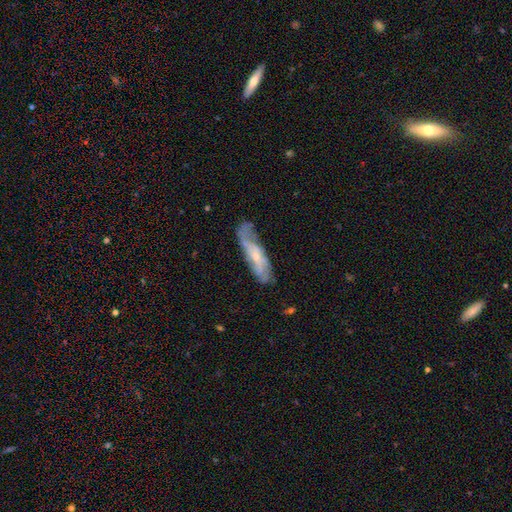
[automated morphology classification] This appears to be a featured or disk galaxy (63%). Merging: none (56%).